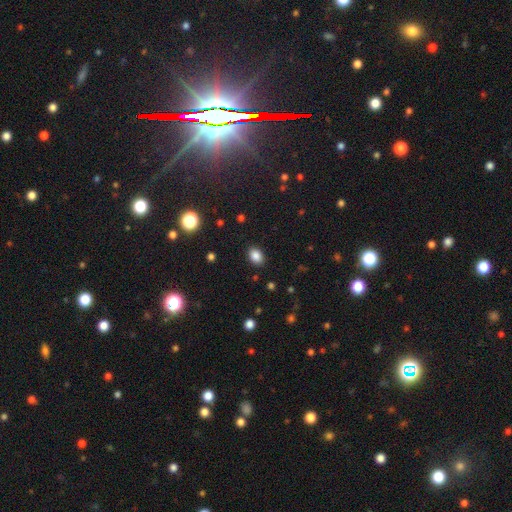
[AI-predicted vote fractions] Smooth or featured: smooth — 85% (star or artifact — 11%)
How rounded: in between — 73% (round — 26%)
Merging: none — 89% (minor disturbance — 8%)